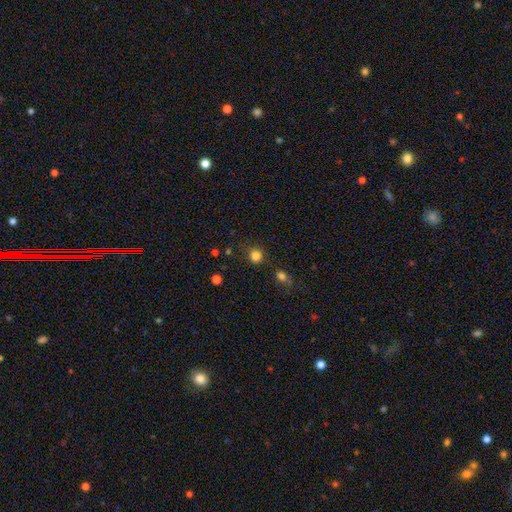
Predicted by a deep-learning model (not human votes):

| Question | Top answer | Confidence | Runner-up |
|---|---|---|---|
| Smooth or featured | smooth | 81% | star or artifact (15%) |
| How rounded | round | 88% | in between (11%) |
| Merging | none | 78% | minor disturbance (12%) |